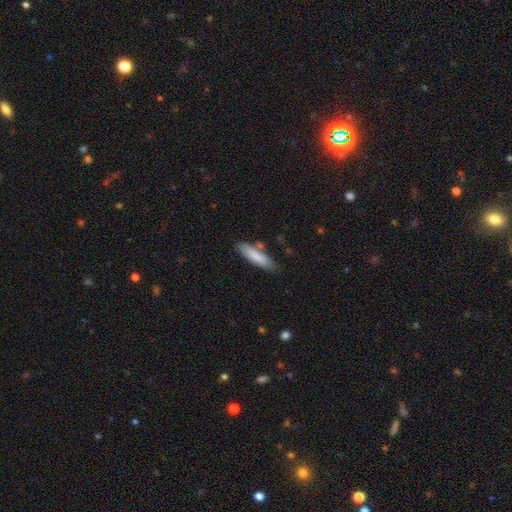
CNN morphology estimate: Smooth or featured?
  - smooth: 82% *
  - featured or disk: 12%
  - star or artifact: 6%
How rounded?
  - cigar-shaped: 68% *
  - in between: 30%
  - round: 1%
Merging?
  - none: 75% *
  - minor disturbance: 15%
  - merger: 7%
  - major disturbance: 3%